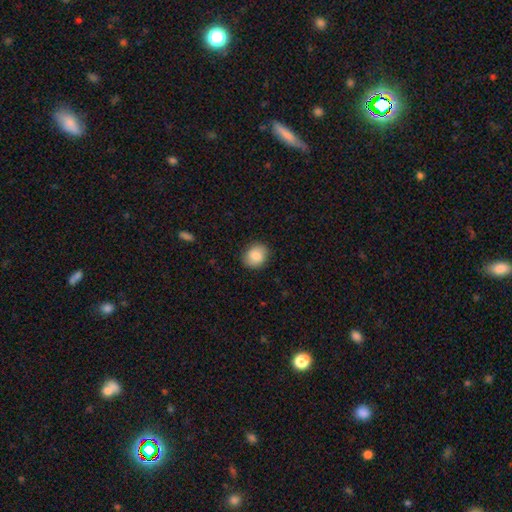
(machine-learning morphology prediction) A smooth galaxy with no disk features (85%) that is round (67%).

Vote fractions:
- Smooth or featured? smooth: 85% / star or artifact: 8% / featured or disk: 7%
- How rounded? round: 67% / in between: 32% / cigar-shaped: 1%
- Merging? none: 87% / minor disturbance: 9% / major disturbance: 2% / merger: 1%